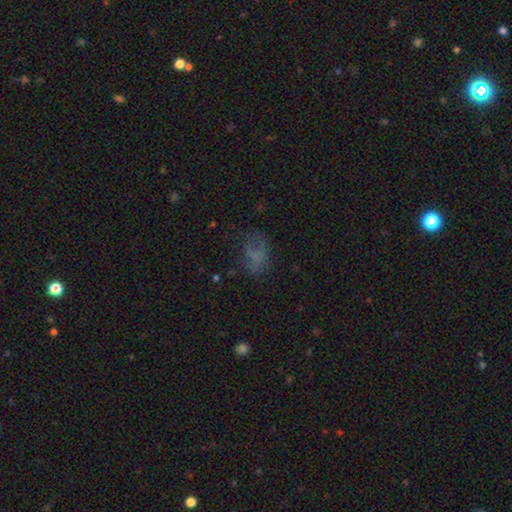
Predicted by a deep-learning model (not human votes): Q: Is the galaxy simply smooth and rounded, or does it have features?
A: smooth — 54%.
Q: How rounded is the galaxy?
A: in between — 78%.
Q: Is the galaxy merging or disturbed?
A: none — 50%.